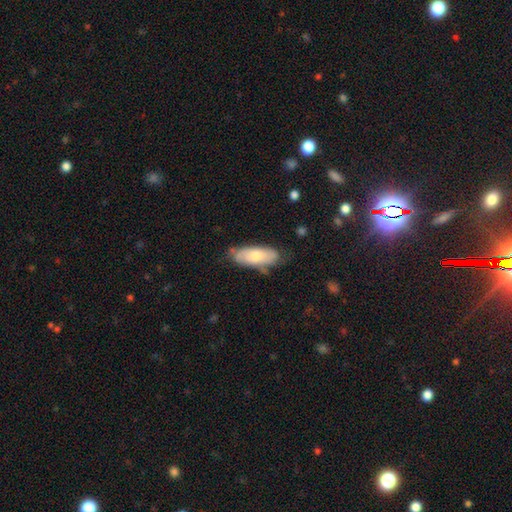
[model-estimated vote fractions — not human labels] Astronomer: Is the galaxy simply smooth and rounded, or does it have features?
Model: smooth — 58% (runner-up: featured or disk, 35%).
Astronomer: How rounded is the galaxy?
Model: in between — 75%.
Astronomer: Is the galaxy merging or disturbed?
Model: none — 66%.